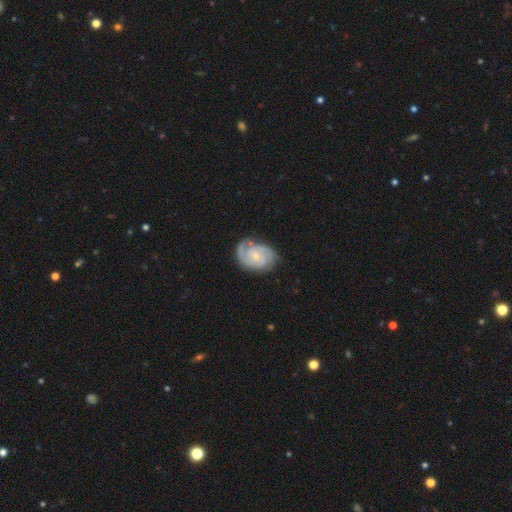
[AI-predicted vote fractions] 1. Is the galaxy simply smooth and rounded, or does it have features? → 87% featured or disk, 9% smooth, 4% star or artifact.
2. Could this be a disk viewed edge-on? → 98% no, 2% yes.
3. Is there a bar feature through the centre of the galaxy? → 65% no, 30% weak, 5% strong.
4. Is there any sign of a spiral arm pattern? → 98% yes, 2% no.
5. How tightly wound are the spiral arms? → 63% tight, 31% medium, 6% loose.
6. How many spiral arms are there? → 69% 2, 14% 3, 9% can't tell, 3% 1, 3% 4, 2% more than 4.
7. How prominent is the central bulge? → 69% small, 25% moderate, 4% none, 1% large, 1% dominant.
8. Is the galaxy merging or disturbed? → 76% none, 17% minor disturbance, 5% major disturbance, 2% merger.